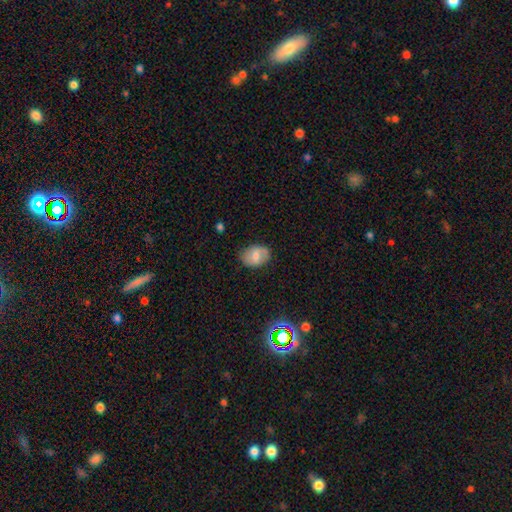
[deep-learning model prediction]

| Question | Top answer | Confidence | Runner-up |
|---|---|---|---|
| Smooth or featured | smooth | 61% | featured or disk (31%) |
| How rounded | in between | 71% | round (27%) |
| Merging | none | 80% | minor disturbance (16%) |